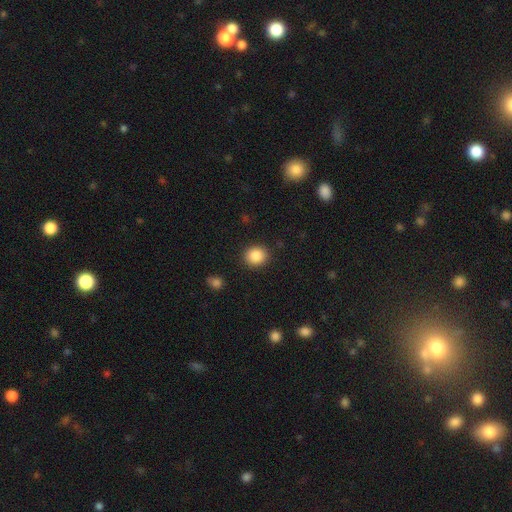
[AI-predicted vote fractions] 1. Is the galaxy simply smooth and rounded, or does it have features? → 87% smooth, 9% star or artifact, 4% featured or disk.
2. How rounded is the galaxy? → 80% round, 19% in between, 1% cigar-shaped.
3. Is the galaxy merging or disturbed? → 90% none, 6% minor disturbance, 2% major disturbance, 1% merger.